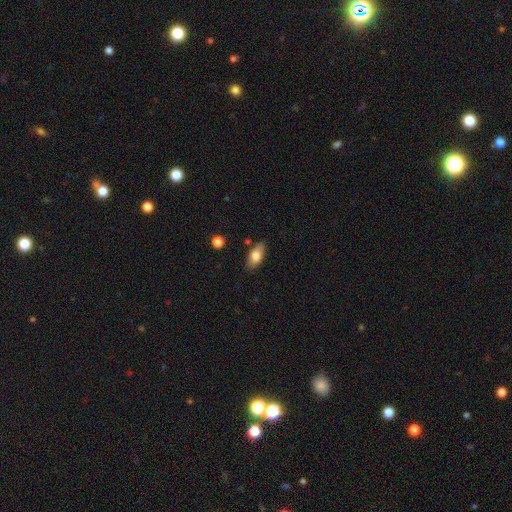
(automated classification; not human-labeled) smooth 79%, featured or disk 14%, star or artifact 7%. Down the decision tree: how rounded — in between (90%); merging — none (82%).